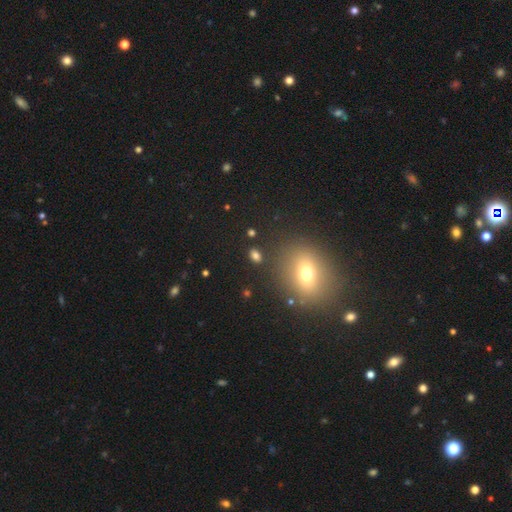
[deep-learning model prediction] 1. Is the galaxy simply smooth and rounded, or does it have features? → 74% smooth, 18% star or artifact, 8% featured or disk.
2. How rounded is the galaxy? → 72% in between, 26% round, 3% cigar-shaped.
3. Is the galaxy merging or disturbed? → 83% none, 9% minor disturbance, 5% merger, 3% major disturbance.